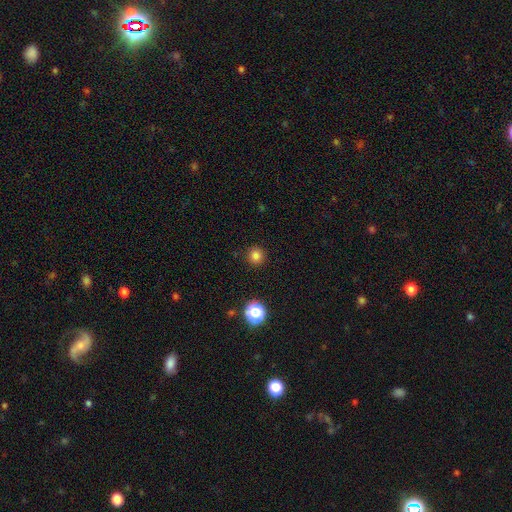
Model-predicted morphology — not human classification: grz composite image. It shows a smooth galaxy with no disk features (81%) that is round (95%). Merging: none (92%).